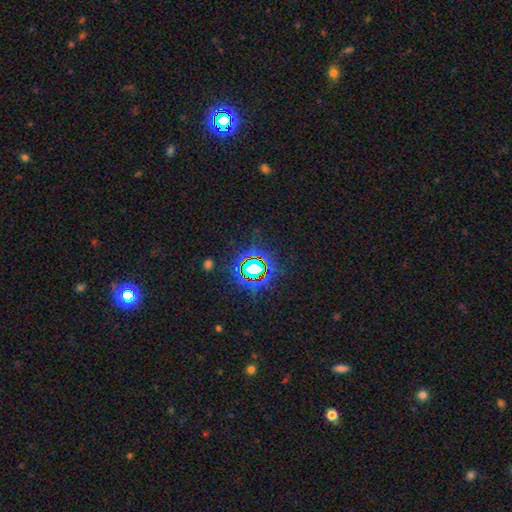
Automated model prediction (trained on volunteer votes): A star or artifact, not a galaxy (80%).

Vote fractions:
- Smooth or featured? star or artifact: 80% / smooth: 12% / featured or disk: 8%